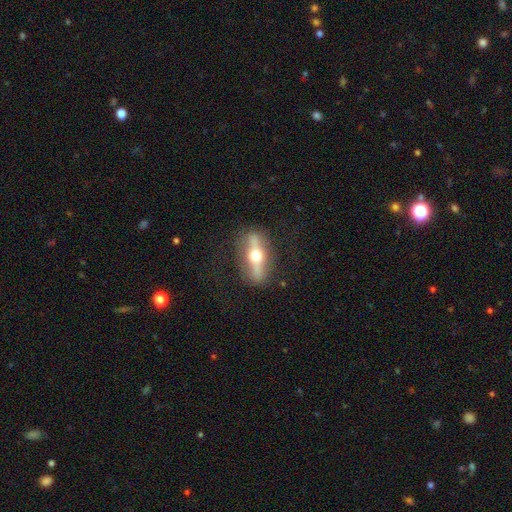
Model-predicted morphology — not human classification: smooth_or_featured: featured or disk (p=0.71) [alt: smooth p=0.23]
disk_edge_on: yes (p=0.80) [alt: no p=0.20]
edge_on_bulge: rounded (p=0.96) [alt: boxy p=0.03]
merging: none (p=0.84) [alt: minor disturbance p=0.10]